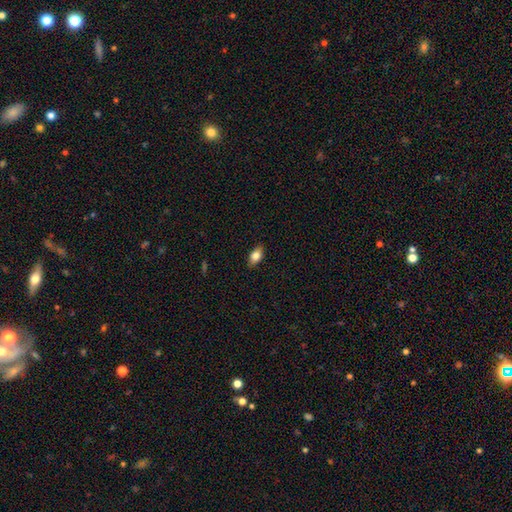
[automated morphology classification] smooth 78%, featured or disk 14%, star or artifact 8%. Down the decision tree: how rounded — in between (87%); merging — none (86%).